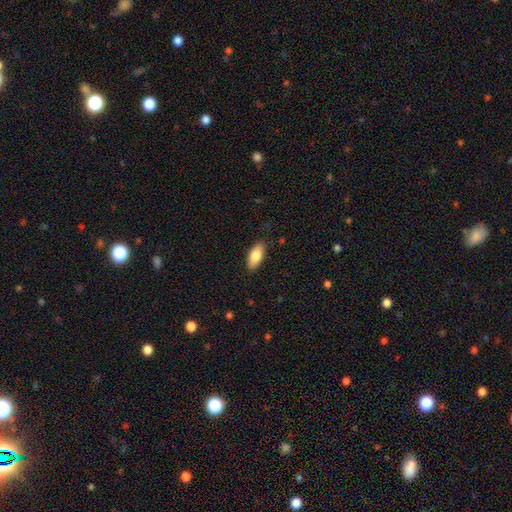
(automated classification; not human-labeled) Q: Smooth or featured?
A: smooth (82%); runner-up: featured or disk (12%)
Q: How rounded?
A: in between (86%); runner-up: cigar-shaped (11%)
Q: Merging?
A: none (86%); runner-up: minor disturbance (11%)